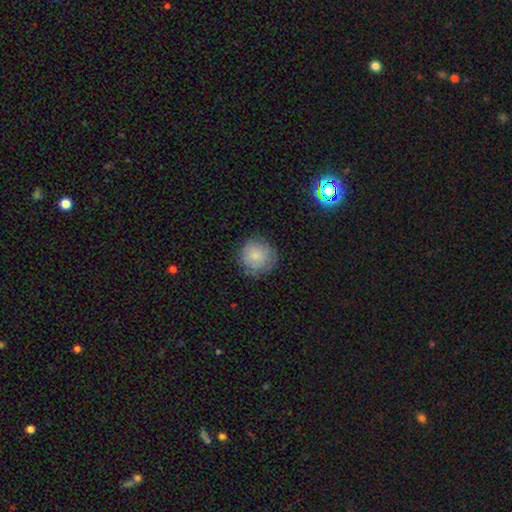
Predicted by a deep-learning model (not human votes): The model was most divided on "merging": none: 80%, minor disturbance: 15%, major disturbance: 4%, merger: 1%. More confident: how rounded — round (93%); smooth or featured — smooth (82%).